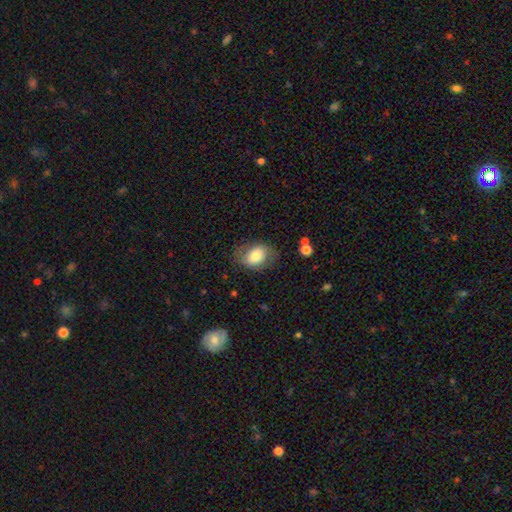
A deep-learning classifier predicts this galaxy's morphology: Smooth or featured?
  - smooth: 72% *
  - featured or disk: 20%
  - star or artifact: 8%
How rounded?
  - in between: 70% *
  - round: 29%
  - cigar-shaped: 1%
Merging?
  - none: 70% *
  - minor disturbance: 20%
  - major disturbance: 9%
  - merger: 2%